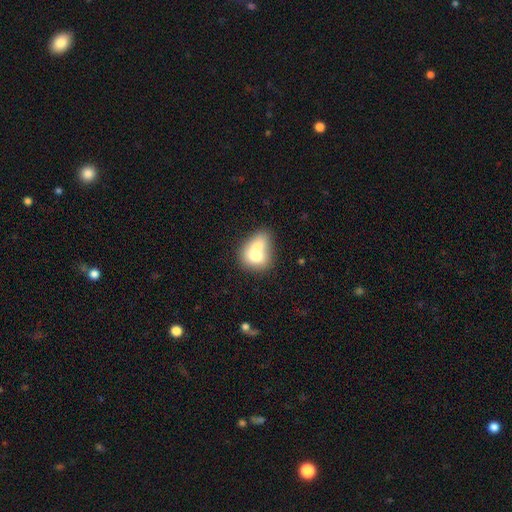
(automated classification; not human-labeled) Smooth or featured?
  - smooth: 68% *
  - featured or disk: 24%
  - star or artifact: 8%
How rounded?
  - in between: 53% *
  - round: 46%
  - cigar-shaped: 1%
Merging?
  - merger: 70% *
  - none: 20%
  - minor disturbance: 7%
  - major disturbance: 4%